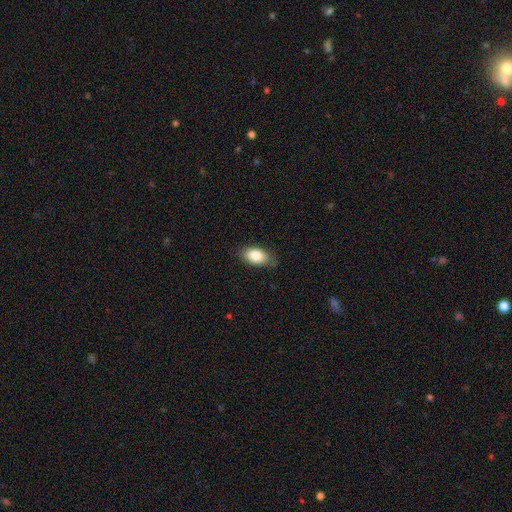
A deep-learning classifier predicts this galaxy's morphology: The model was most divided on "merging": none: 78%, minor disturbance: 18%, major disturbance: 3%, merger: 1%. More confident: how rounded — in between (91%); smooth or featured — smooth (83%).